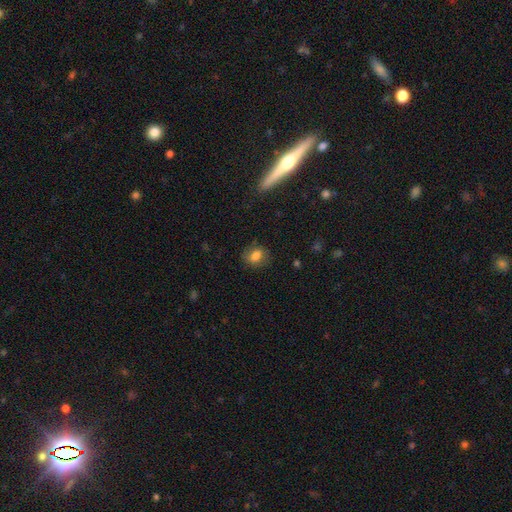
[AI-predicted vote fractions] Smooth or featured?
  - smooth: 78% *
  - featured or disk: 12%
  - star or artifact: 10%
How rounded?
  - in between: 55% *
  - round: 44%
  - cigar-shaped: 1%
Merging?
  - none: 77% *
  - minor disturbance: 16%
  - major disturbance: 6%
  - merger: 1%